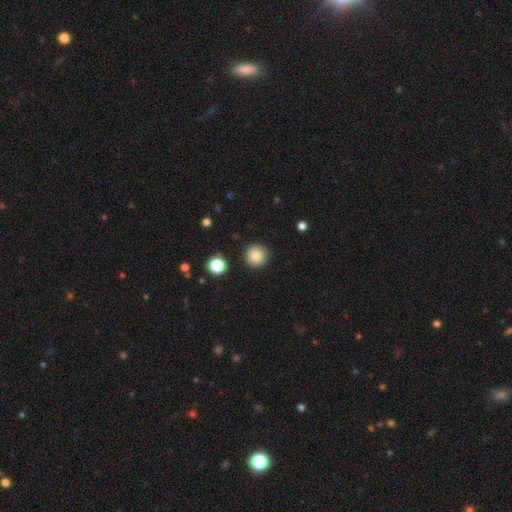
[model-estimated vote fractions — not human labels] This is clearly a smooth galaxy (86%). How rounded: clearly round (95%). Merging: clearly none (90%).